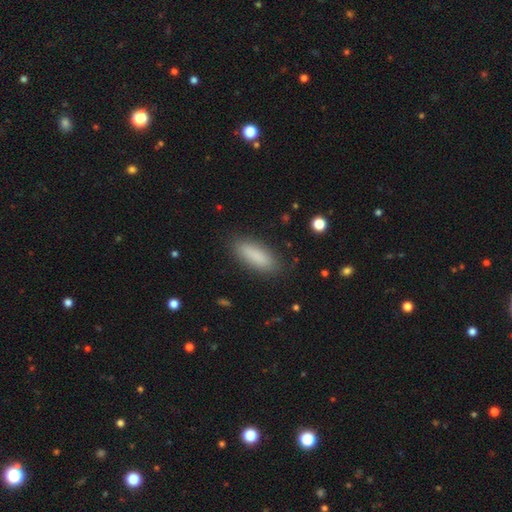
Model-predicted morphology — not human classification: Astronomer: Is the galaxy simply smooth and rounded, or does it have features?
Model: smooth — 86%.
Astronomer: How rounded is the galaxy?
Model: in between — 59% (runner-up: cigar-shaped, 39%).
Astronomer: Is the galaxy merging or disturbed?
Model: none — 87%.